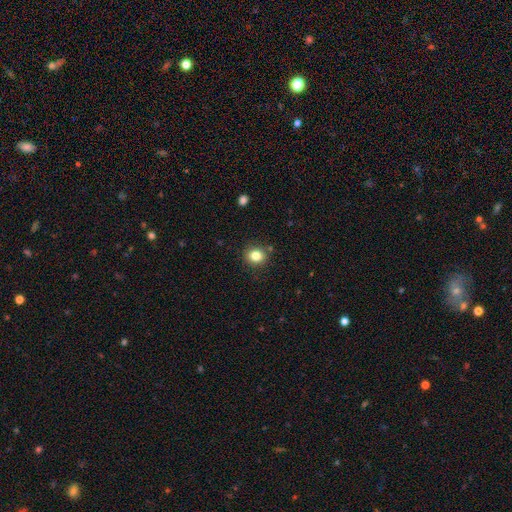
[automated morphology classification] smooth 82%, star or artifact 11%, featured or disk 6%. Down the decision tree: how rounded — round (76%); merging — none (86%).